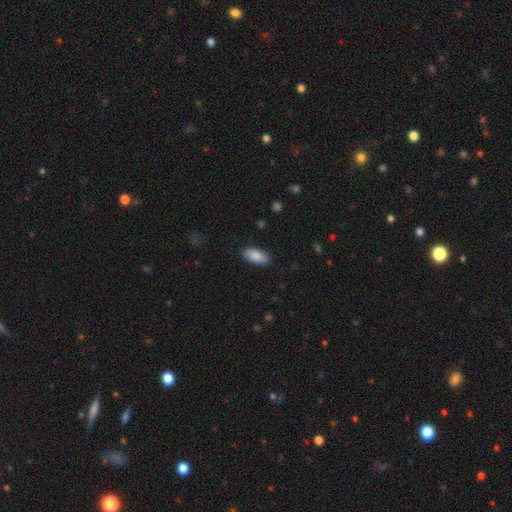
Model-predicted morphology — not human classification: type=smooth (87%); roundness=in between (88%); merging=none (88%).